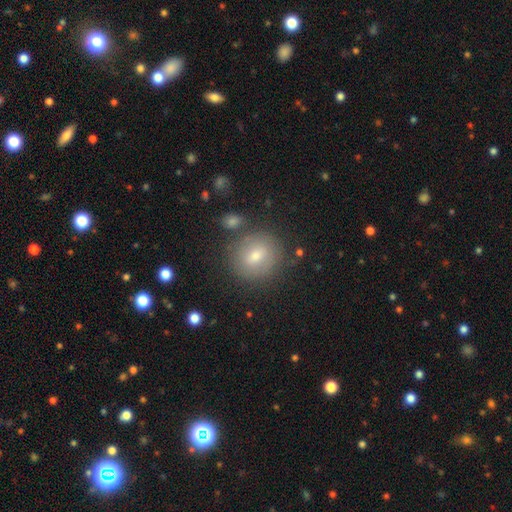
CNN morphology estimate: smooth 68%, featured or disk 21%, star or artifact 11%. Down the decision tree: how rounded — round (79%); merging — none (79%).